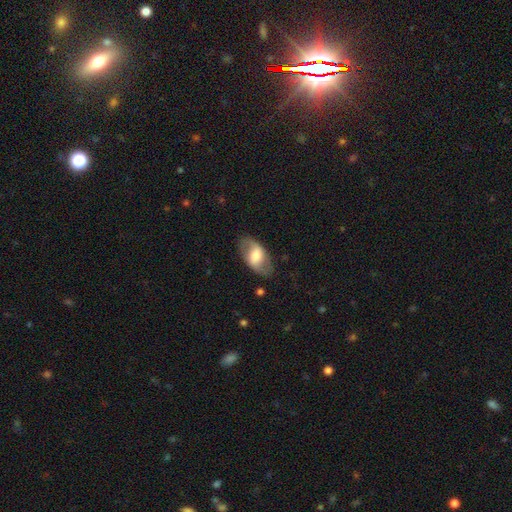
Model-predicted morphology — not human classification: A featured or disk galaxy (54%). Merging: none (78%).